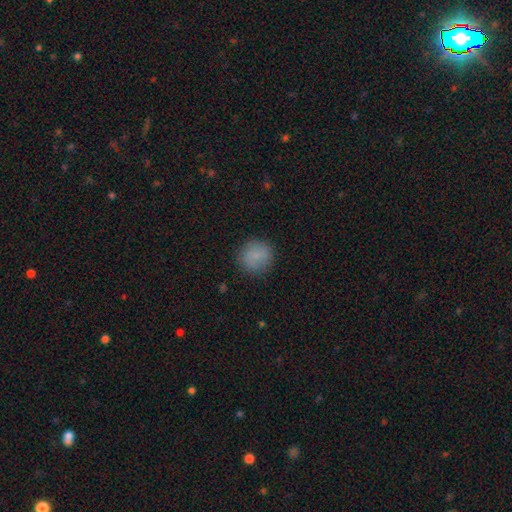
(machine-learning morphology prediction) This is clearly a smooth galaxy (84%). How rounded: clearly round (88%). Merging: clearly none (86%).